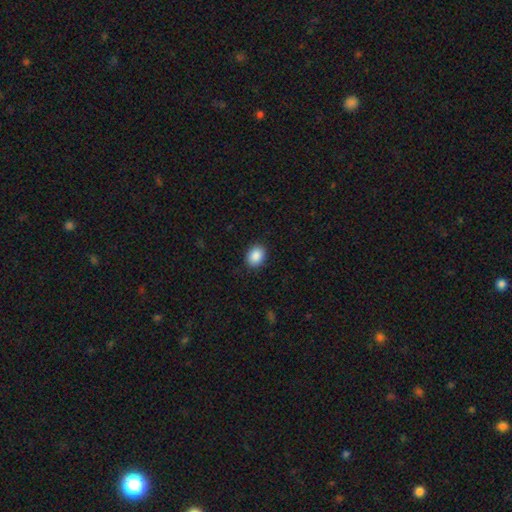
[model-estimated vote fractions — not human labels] Q: Smooth or featured?
A: smooth (89%); runner-up: star or artifact (8%)
Q: How rounded?
A: in between (57%); runner-up: round (42%)
Q: Merging?
A: none (89%); runner-up: minor disturbance (8%)